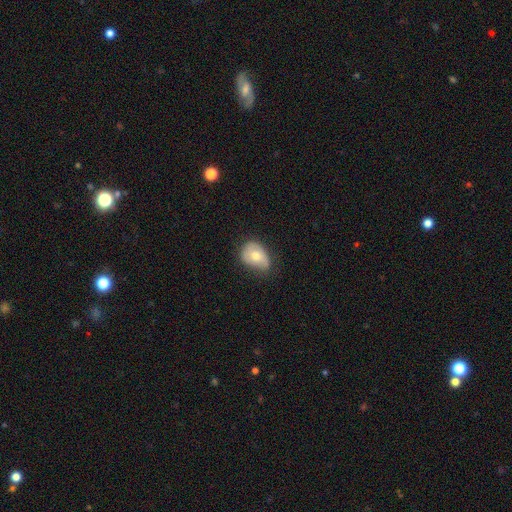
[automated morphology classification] A smooth galaxy with no disk features (60%) that is in between round and cigar-shaped (67%).

Vote fractions:
- Smooth or featured? smooth: 60% / featured or disk: 32% / star or artifact: 8%
- How rounded? in between: 67% / round: 32% / cigar-shaped: 1%
- Merging? none: 55% / minor disturbance: 35% / major disturbance: 8% / merger: 1%